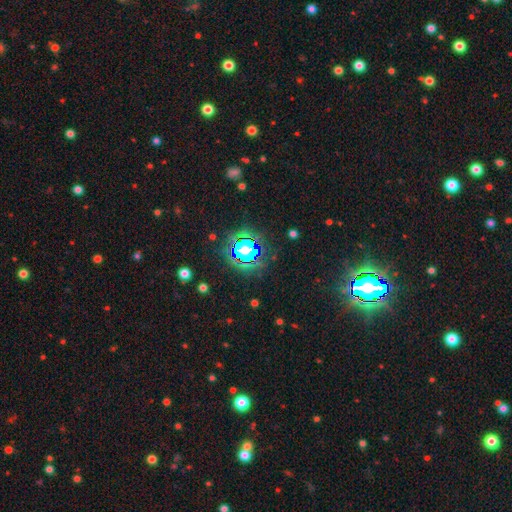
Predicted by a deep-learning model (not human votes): This appears to be a star or artifact, not a galaxy (81%).